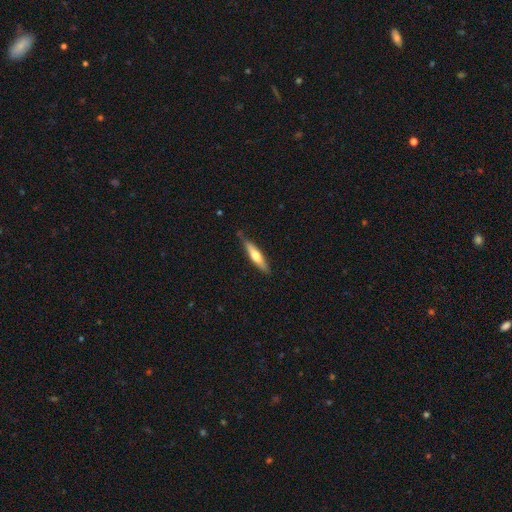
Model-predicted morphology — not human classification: Smooth or featured?
  - smooth: 51% *
  - featured or disk: 44%
  - star or artifact: 5%
How rounded?
  - cigar-shaped: 82% *
  - in between: 17%
  - round: 2%
Merging?
  - none: 80% *
  - minor disturbance: 15%
  - major disturbance: 3%
  - merger: 2%